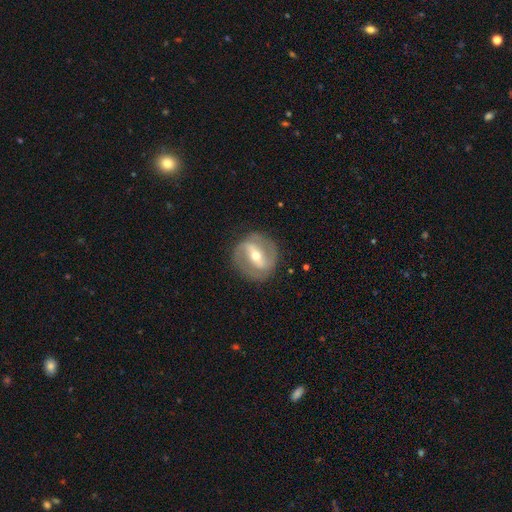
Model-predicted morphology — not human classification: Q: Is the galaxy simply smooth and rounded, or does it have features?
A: featured or disk — 81%.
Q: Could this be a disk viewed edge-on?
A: no — 94%.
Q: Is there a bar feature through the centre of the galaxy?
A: strong — 61%.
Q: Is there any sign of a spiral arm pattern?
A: yes — 80%.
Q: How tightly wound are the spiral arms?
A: medium — 46%.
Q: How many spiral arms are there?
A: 2 — 87%.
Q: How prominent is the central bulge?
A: moderate — 57%.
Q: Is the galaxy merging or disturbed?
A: none — 84%.